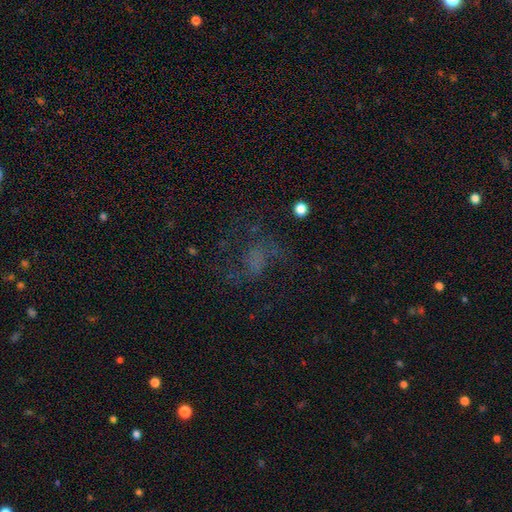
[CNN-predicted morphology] A featured or disk galaxy (48%).

Vote fractions:
- Smooth or featured? featured or disk: 48% / star or artifact: 28% / smooth: 25%
- Merging? none: 54% / major disturbance: 28% / minor disturbance: 16% / merger: 2%